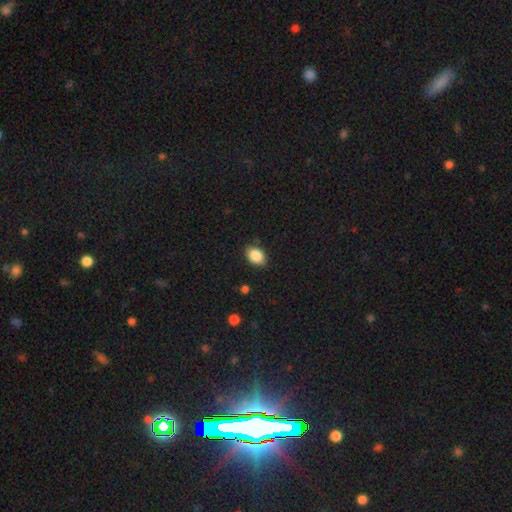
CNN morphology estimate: A smooth galaxy with no disk features (87%) that is in between round and cigar-shaped (77%). Merging: none (84%).